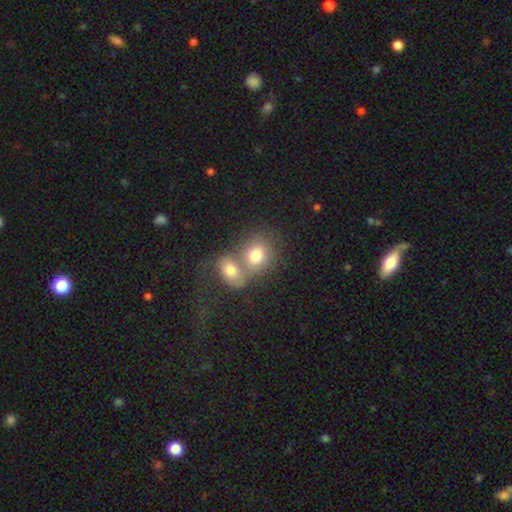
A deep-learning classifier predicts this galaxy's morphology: smooth 73%, featured or disk 16%, star or artifact 10%. Down the decision tree: how rounded — round (58%); merging — merger (60%).